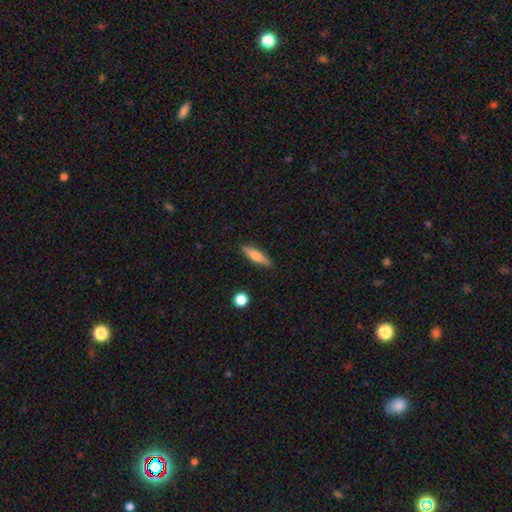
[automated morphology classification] The model was most divided on "smooth or featured": smooth: 62%, featured or disk: 31%, star or artifact: 7%. More confident: merging — none (88%); how rounded — cigar-shaped (73%).